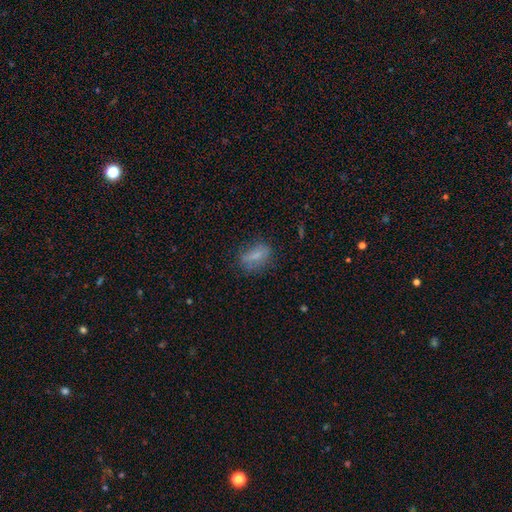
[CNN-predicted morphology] Overall: smooth (69%). How rounded: in between (75%). Merging: none (67%).